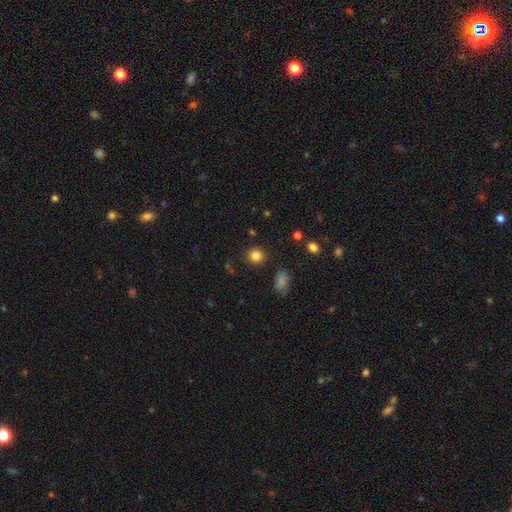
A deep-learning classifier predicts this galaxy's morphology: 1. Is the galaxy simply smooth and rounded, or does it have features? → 84% smooth, 12% star or artifact, 5% featured or disk.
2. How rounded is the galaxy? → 89% round, 10% in between, 1% cigar-shaped.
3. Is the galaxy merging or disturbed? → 88% none, 7% minor disturbance, 3% major disturbance, 2% merger.